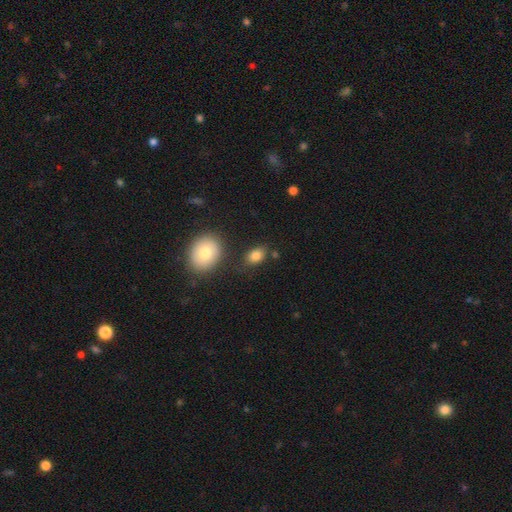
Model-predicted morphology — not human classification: smooth-or-featured: smooth: 84% | star or artifact: 9% | featured or disk: 8%
  how-rounded: in between: 79% | round: 19% | cigar-shaped: 2%
  merging: none: 76% | minor disturbance: 14% | merger: 7% | major disturbance: 4%